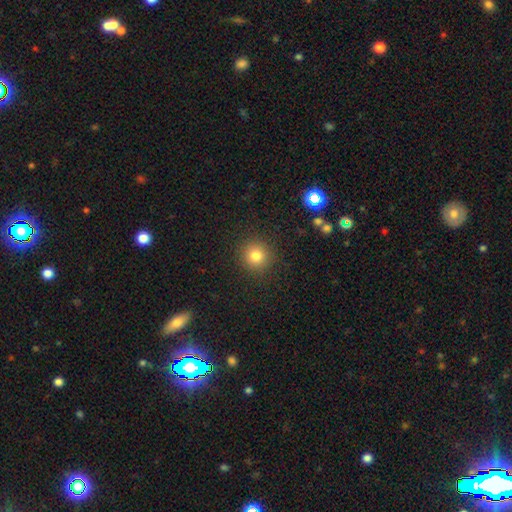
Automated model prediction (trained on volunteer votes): Morphology: type=smooth (82%); roundness=round (92%); merging=none (89%).